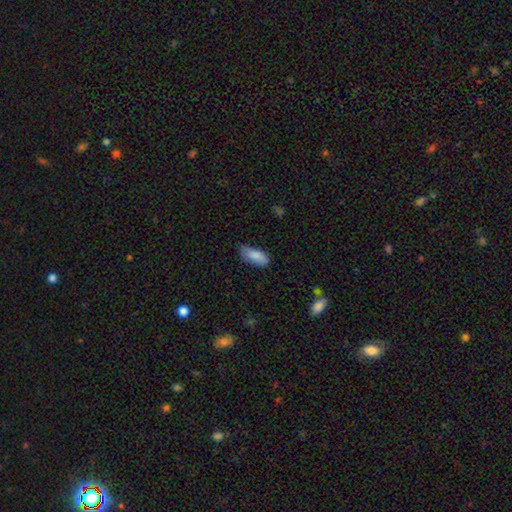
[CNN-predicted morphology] Smooth or featured? smooth (86%)
How rounded? in between (80%)
Merging? none (66%)